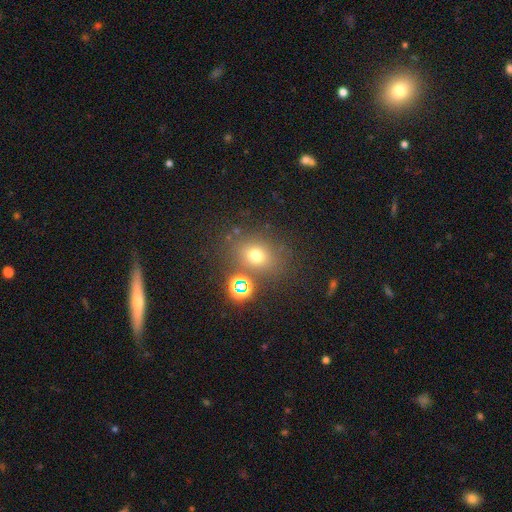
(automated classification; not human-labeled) This appears to be a smooth galaxy with no disk features (67%) that is round (61%). Merging: none (74%).